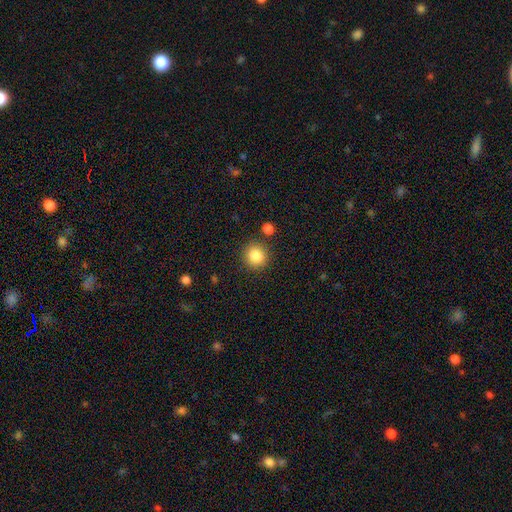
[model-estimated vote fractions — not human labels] smooth-or-featured: smooth: 85% | star or artifact: 10% | featured or disk: 5%
  how-rounded: round: 89% | in between: 10% | cigar-shaped: 1%
  merging: none: 87% | minor disturbance: 7% | merger: 4% | major disturbance: 3%